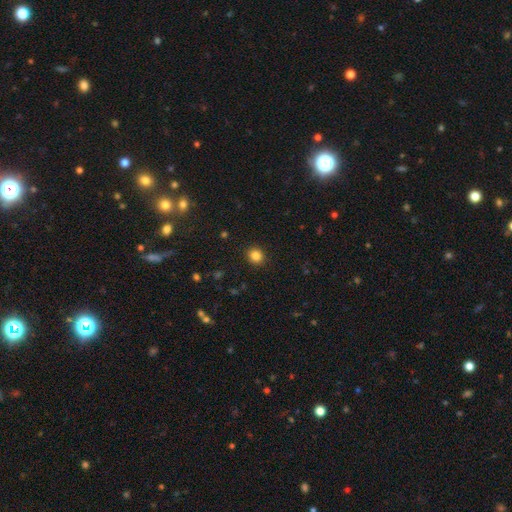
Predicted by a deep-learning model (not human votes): Smooth or featured?
  - smooth: 84% *
  - star or artifact: 11%
  - featured or disk: 4%
How rounded?
  - round: 82% *
  - in between: 17%
  - cigar-shaped: 1%
Merging?
  - none: 91% *
  - minor disturbance: 6%
  - major disturbance: 2%
  - merger: 1%